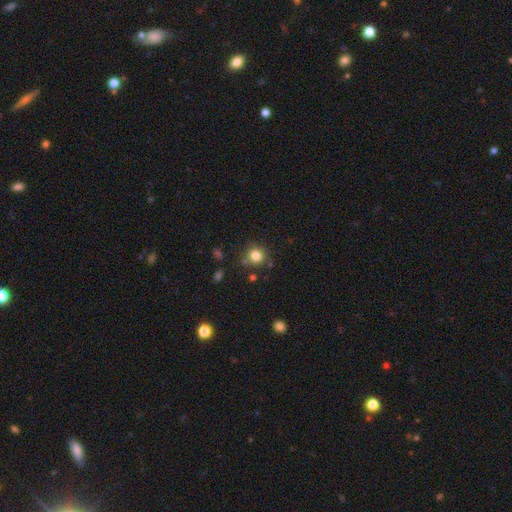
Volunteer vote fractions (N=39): Smooth or featured: smooth — 90% (featured or disk — 8%)
How rounded: round — 89% (in between — 9%)
Merging: none — 76% (minor disturbance — 18%)